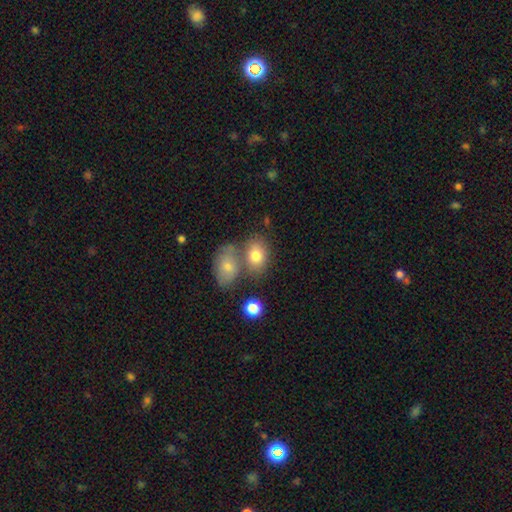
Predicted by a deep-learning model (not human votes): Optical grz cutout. It shows a smooth galaxy with no disk features (77%) that is in between round and cigar-shaped (76%). Merging: none (48%).